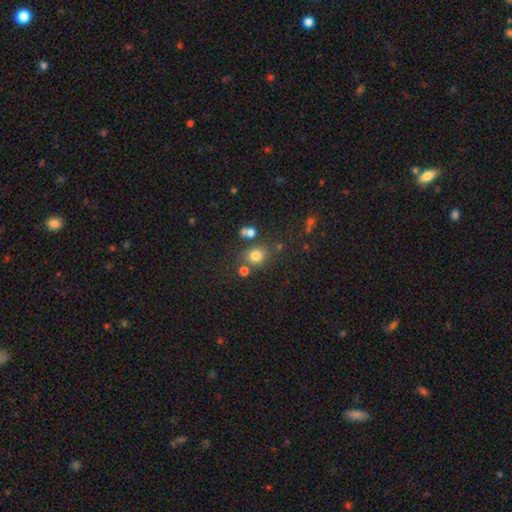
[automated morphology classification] smooth 76%, star or artifact 16%, featured or disk 8%. Down the decision tree: how rounded — round (71%); merging — none (68%).